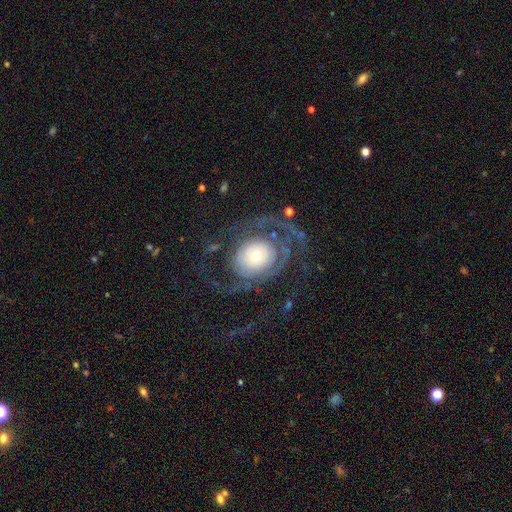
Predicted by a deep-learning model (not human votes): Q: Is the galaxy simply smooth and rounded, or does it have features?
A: featured or disk — 73%.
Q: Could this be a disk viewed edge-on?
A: no — 96%.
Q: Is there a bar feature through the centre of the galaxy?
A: no — 83%.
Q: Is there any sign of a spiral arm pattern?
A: yes — 75%.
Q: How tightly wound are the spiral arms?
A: tight — 42%.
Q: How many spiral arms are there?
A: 2 — 37%.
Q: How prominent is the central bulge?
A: moderate — 56%.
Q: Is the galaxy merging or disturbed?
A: none — 45%.